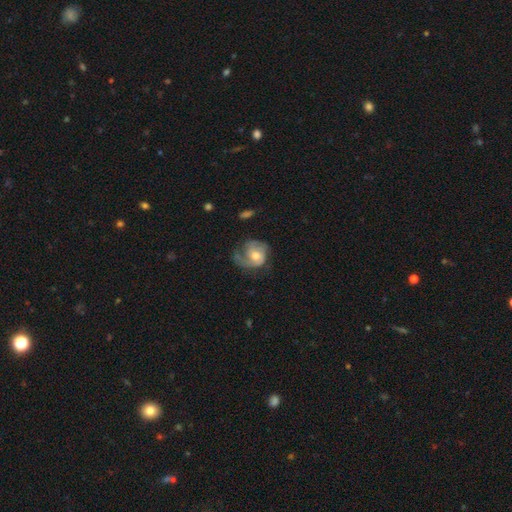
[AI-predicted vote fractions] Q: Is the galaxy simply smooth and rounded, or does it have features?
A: featured or disk — 68%.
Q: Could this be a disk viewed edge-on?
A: no — 98%.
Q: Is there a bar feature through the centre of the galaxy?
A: no — 70%.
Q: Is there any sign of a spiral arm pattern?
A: yes — 87%.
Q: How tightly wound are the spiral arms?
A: medium — 41%.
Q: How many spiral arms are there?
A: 2 — 44%.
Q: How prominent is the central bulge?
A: moderate — 66%.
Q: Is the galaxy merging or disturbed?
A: none — 46%.